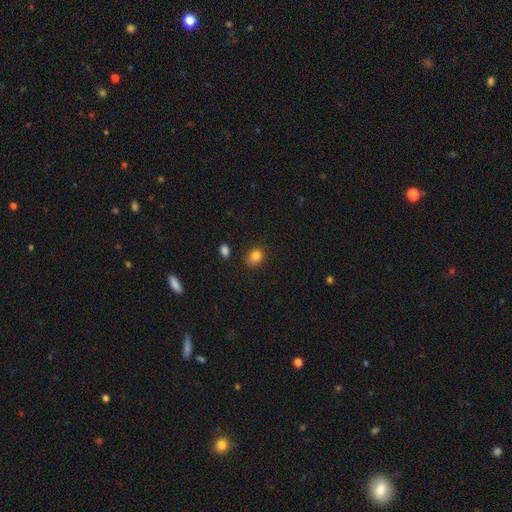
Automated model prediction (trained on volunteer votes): Q: Smooth or featured?
A: smooth (82%); runner-up: star or artifact (11%)
Q: How rounded?
A: round (54%); runner-up: in between (45%)
Q: Merging?
A: none (69%); runner-up: minor disturbance (22%)